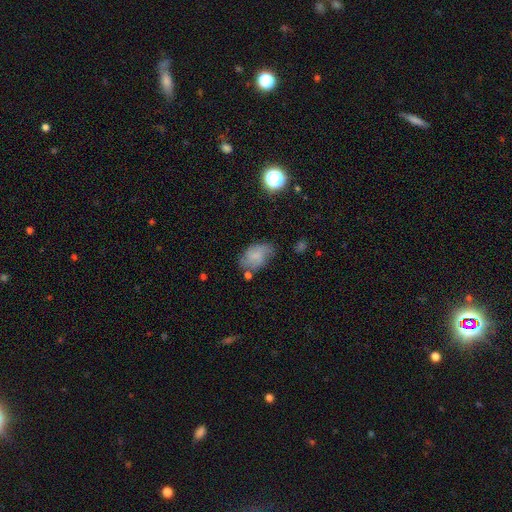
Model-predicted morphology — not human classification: Smooth or featured? Predicted: smooth (p=0.55). How rounded? Predicted: in between (p=0.85). Merging? Predicted: none (p=0.54).